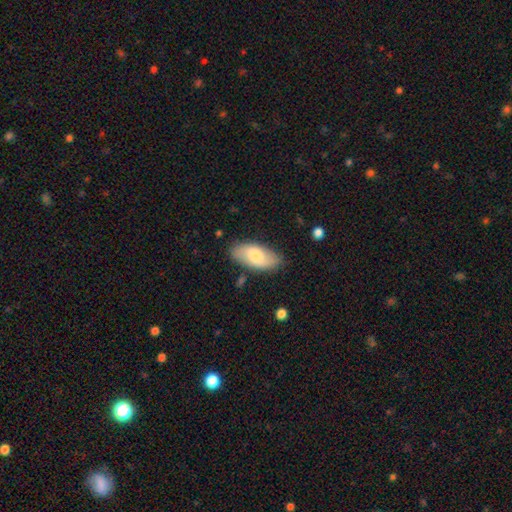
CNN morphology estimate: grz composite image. It shows a smooth galaxy with no disk features (67%) that is in between round and cigar-shaped (92%). Merging: none (82%).